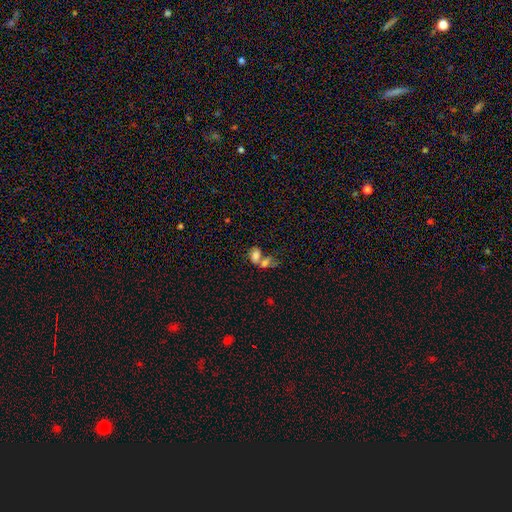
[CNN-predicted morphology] type=smooth (73%); roundness=in between (82%); merging=merger (62%).